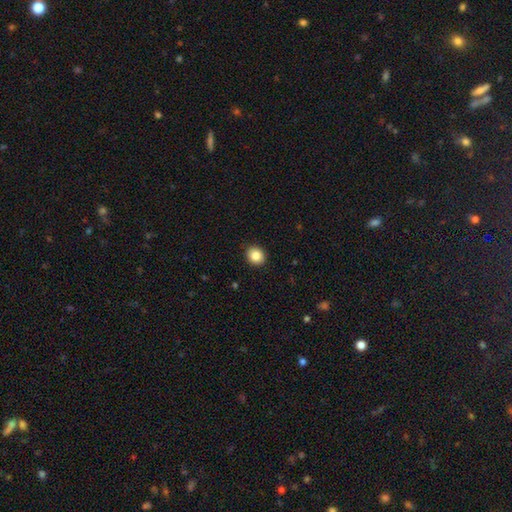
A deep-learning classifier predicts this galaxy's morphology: Smooth or featured: smooth — 86% (star or artifact — 9%)
How rounded: round — 72% (in between — 27%)
Merging: none — 91% (minor disturbance — 7%)